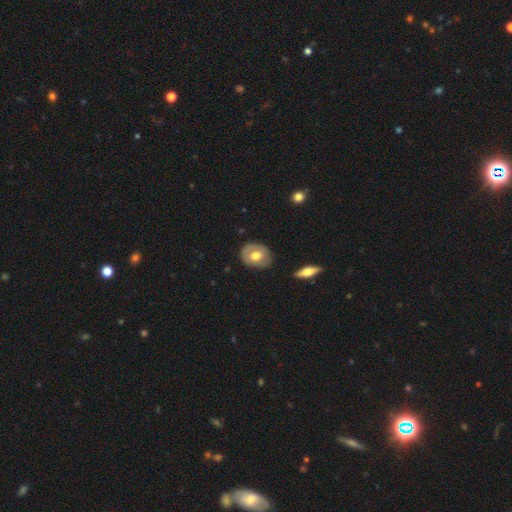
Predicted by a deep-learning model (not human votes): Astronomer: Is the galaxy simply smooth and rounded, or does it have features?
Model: smooth — 53% (runner-up: featured or disk, 40%).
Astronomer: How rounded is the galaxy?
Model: round — 52% (runner-up: in between, 47%).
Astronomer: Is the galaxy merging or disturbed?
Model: none — 79%.